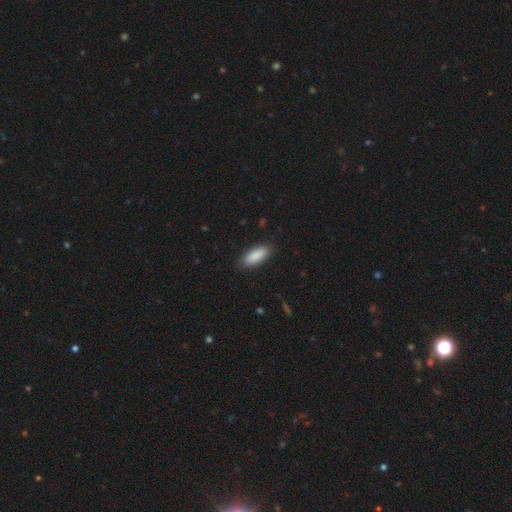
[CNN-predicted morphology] Q: Smooth or featured?
A: smooth (89%); runner-up: star or artifact (6%)
Q: How rounded?
A: in between (73%); runner-up: cigar-shaped (25%)
Q: Merging?
A: none (87%); runner-up: minor disturbance (9%)